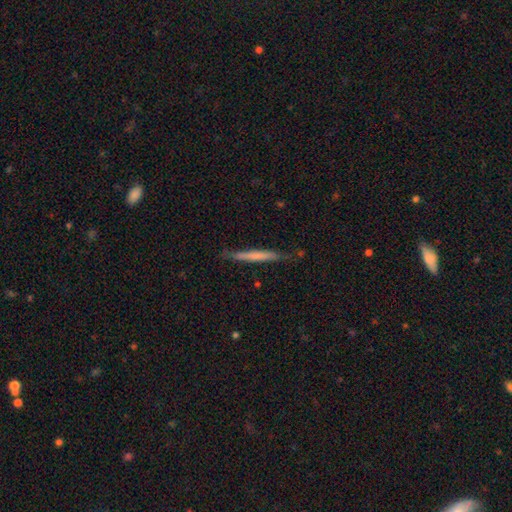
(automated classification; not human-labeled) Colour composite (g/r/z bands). It shows a smooth galaxy with no disk features (56%) that is cigar-shaped (96%). Merging: none (81%).